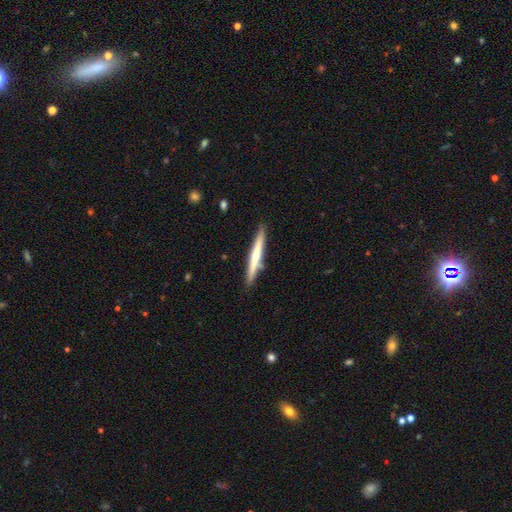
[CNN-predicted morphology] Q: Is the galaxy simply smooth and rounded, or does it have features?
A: featured or disk — 52%.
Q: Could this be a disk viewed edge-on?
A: yes — 96%.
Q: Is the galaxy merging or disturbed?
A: none — 85%.